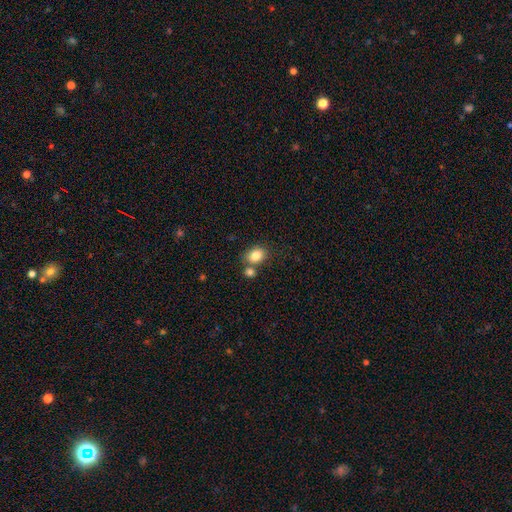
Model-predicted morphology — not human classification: A smooth galaxy with no disk features (83%) that is in between round and cigar-shaped (61%).

Vote fractions:
- Smooth or featured? smooth: 83% / star or artifact: 10% / featured or disk: 7%
- How rounded? in between: 61% / round: 38% / cigar-shaped: 1%
- Merging? none: 63% / merger: 23% / minor disturbance: 11% / major disturbance: 3%